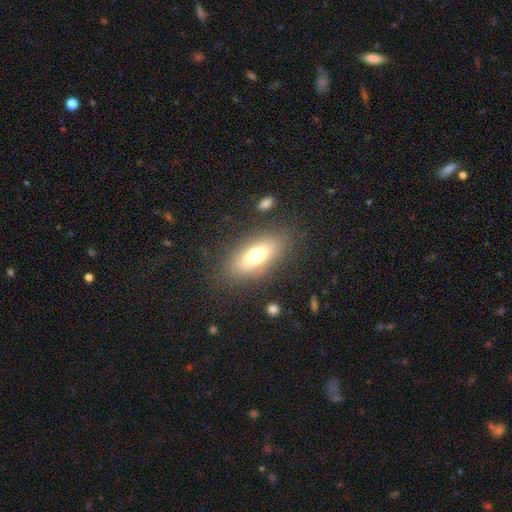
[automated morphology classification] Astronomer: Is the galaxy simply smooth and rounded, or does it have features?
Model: smooth — 68%.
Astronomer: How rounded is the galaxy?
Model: in between — 77%.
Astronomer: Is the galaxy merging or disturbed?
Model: none — 82%.